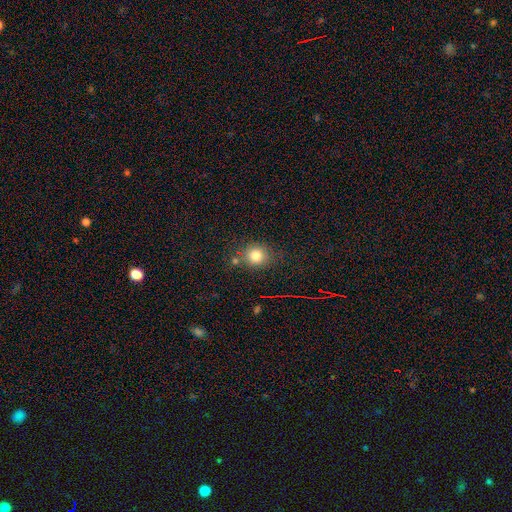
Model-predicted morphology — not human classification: Smooth or featured? smooth (79%)
How rounded? round (81%)
Merging? none (74%)